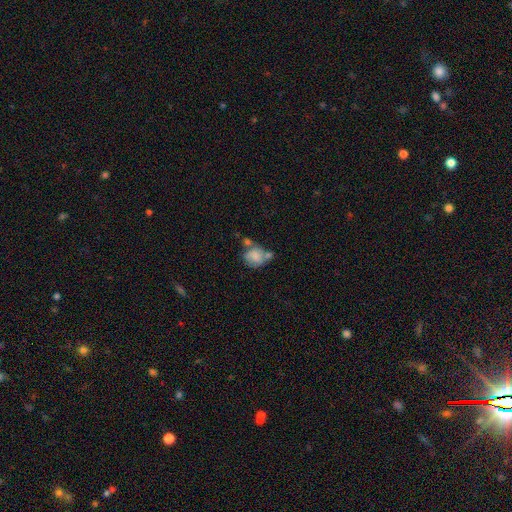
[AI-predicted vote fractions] This is likely a smooth galaxy (70%). How rounded: likely round (62%). Merging: marginally merger (36%).